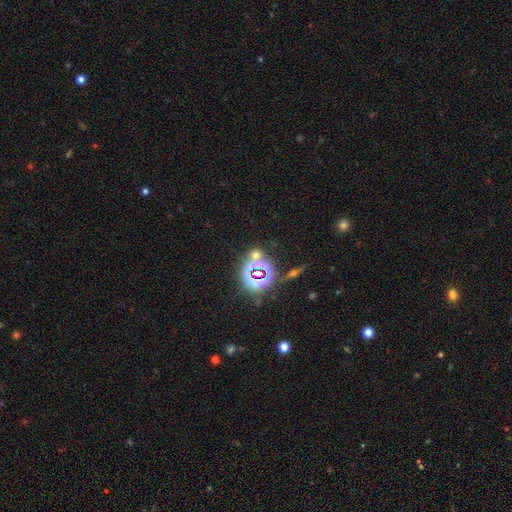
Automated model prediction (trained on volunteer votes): A star or artifact, not a galaxy (56%).

Vote fractions:
- Smooth or featured? star or artifact: 56% / smooth: 34% / featured or disk: 10%